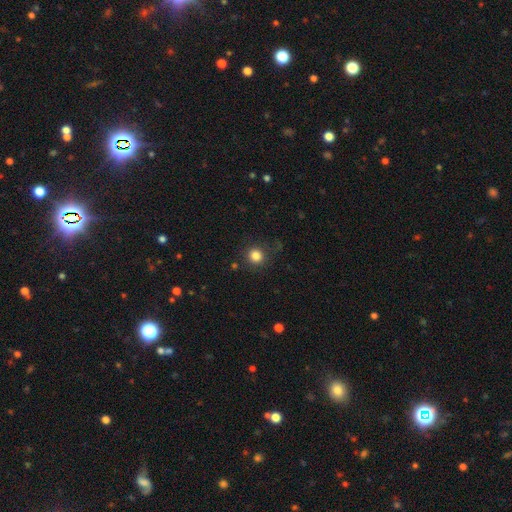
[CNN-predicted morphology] Smooth or featured?
  - smooth: 82% *
  - star or artifact: 13%
  - featured or disk: 5%
How rounded?
  - round: 93% *
  - in between: 6%
  - cigar-shaped: 1%
Merging?
  - none: 85% *
  - minor disturbance: 9%
  - major disturbance: 4%
  - merger: 2%